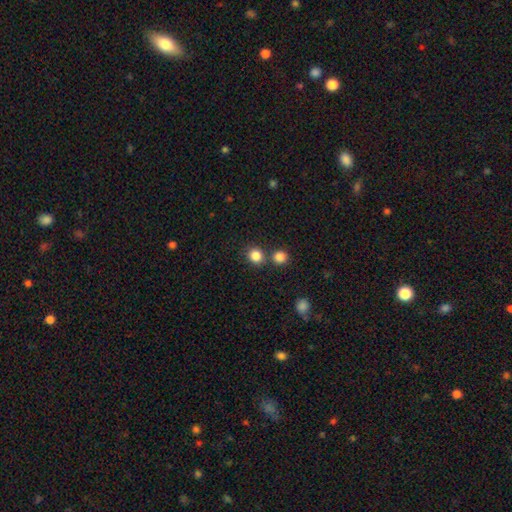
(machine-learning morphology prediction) smooth-or-featured: smooth: 84% | star or artifact: 12% | featured or disk: 4%
  how-rounded: round: 83% | in between: 16% | cigar-shaped: 1%
  merging: none: 73% | merger: 17% | minor disturbance: 8% | major disturbance: 3%